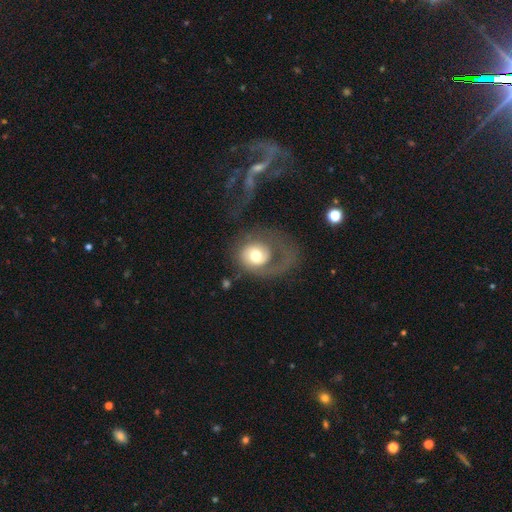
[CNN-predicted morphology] Q: Smooth or featured?
A: featured or disk (52%); runner-up: smooth (41%)
Q: Edge-on disk?
A: no (97%); runner-up: yes (3%)
Q: Merging?
A: major disturbance (52%); runner-up: none (29%)